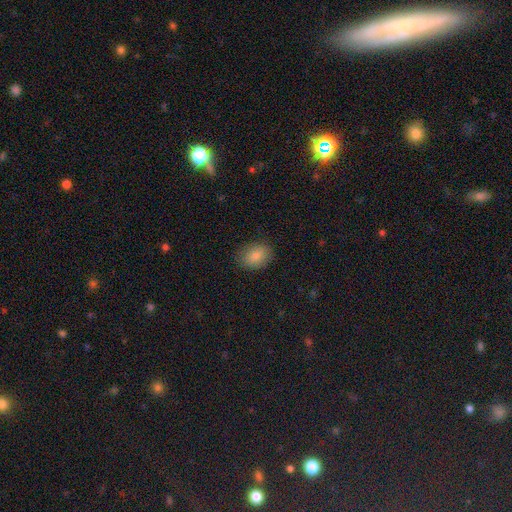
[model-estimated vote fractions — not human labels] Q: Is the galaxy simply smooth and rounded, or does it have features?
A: smooth — 82%.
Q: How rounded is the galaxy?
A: in between — 69%.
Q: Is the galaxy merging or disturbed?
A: none — 85%.